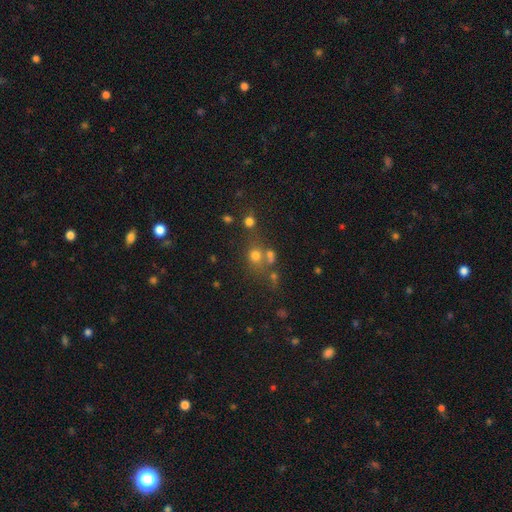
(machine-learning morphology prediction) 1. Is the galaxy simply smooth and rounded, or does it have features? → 63% smooth, 24% star or artifact, 13% featured or disk.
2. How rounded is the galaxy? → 79% round, 20% in between, 1% cigar-shaped.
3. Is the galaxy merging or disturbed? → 53% none, 29% merger, 10% minor disturbance, 7% major disturbance.